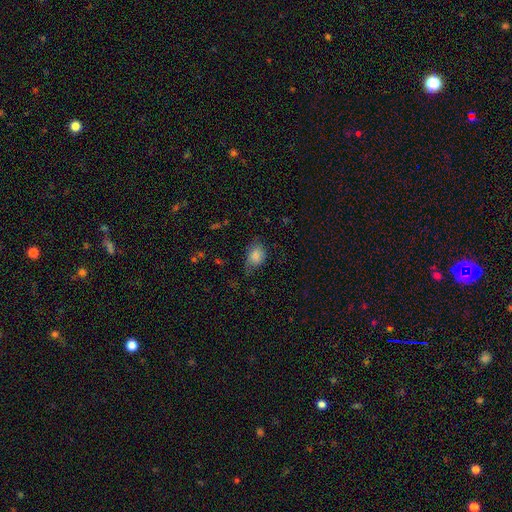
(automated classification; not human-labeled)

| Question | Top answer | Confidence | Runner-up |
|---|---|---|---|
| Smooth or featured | smooth | 82% | featured or disk (9%) |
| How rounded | in between | 77% | round (22%) |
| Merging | none | 48% | minor disturbance (35%) |